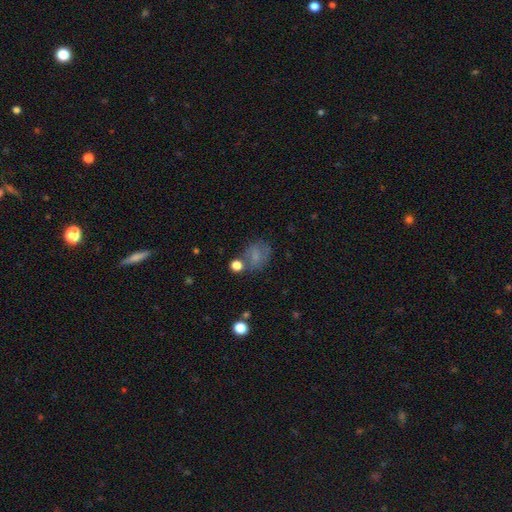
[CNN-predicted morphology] This appears to be a smooth galaxy with no disk features (61%) that is in between round and cigar-shaped (54%). Merging: none (53%).